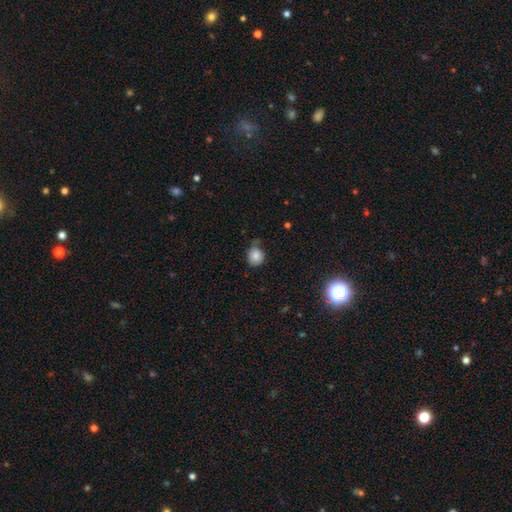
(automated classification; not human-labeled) smooth-or-featured: smooth: 81% | star or artifact: 10% | featured or disk: 9%
  how-rounded: round: 84% | in between: 15% | cigar-shaped: 1%
  merging: none: 59% | minor disturbance: 29% | major disturbance: 8% | merger: 5%